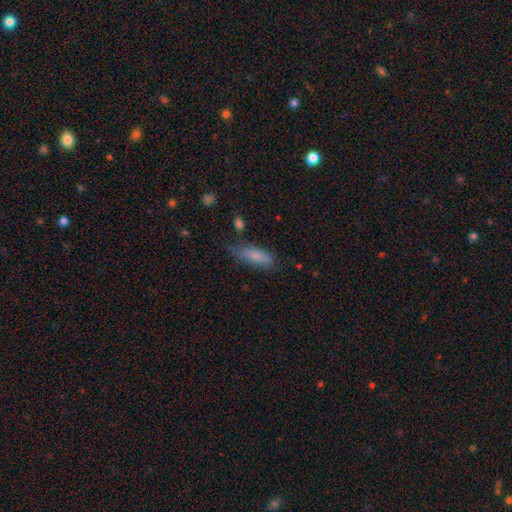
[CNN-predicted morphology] Q: Smooth or featured?
A: smooth (78%); runner-up: featured or disk (15%)
Q: How rounded?
A: in between (67%); runner-up: cigar-shaped (31%)
Q: Merging?
A: none (60%); runner-up: minor disturbance (28%)